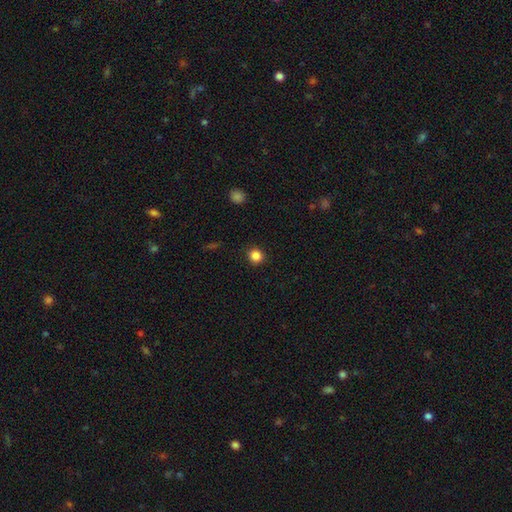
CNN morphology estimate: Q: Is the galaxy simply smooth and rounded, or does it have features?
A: smooth — 85%.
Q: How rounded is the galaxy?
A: round — 91%.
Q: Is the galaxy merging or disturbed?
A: none — 91%.